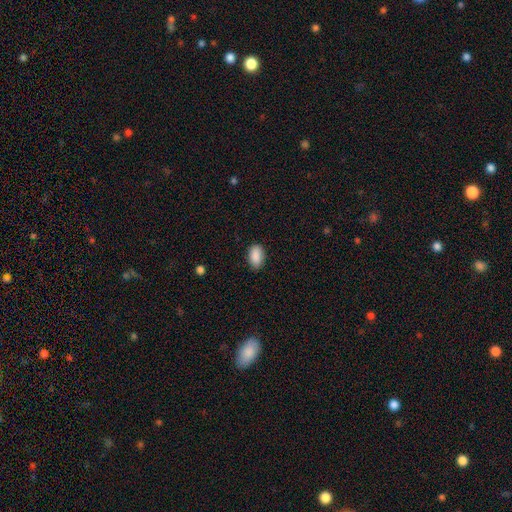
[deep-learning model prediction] Q: Smooth or featured?
A: smooth (90%); runner-up: star or artifact (7%)
Q: How rounded?
A: in between (92%); runner-up: round (6%)
Q: Merging?
A: none (85%); runner-up: minor disturbance (11%)